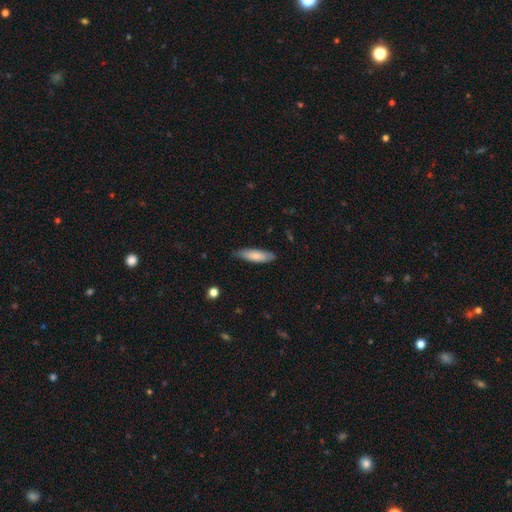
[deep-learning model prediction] Smooth or featured?
  - smooth: 78% *
  - featured or disk: 16%
  - star or artifact: 6%
How rounded?
  - cigar-shaped: 57% *
  - in between: 41%
  - round: 1%
Merging?
  - none: 78% *
  - minor disturbance: 18%
  - major disturbance: 2%
  - merger: 1%